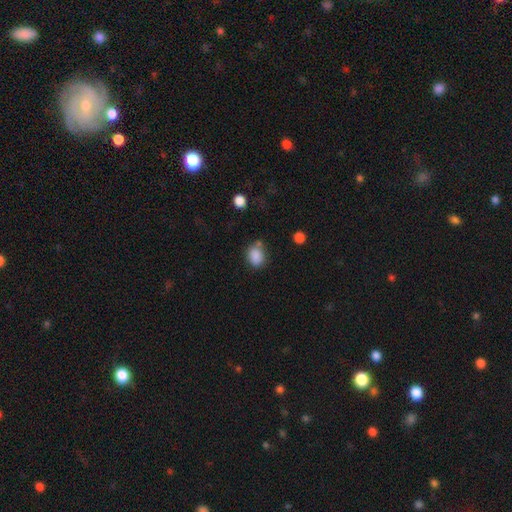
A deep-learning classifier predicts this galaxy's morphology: This appears to be a smooth galaxy with no disk features (86%) that is in between round and cigar-shaped (58%). Merging: none (67%).